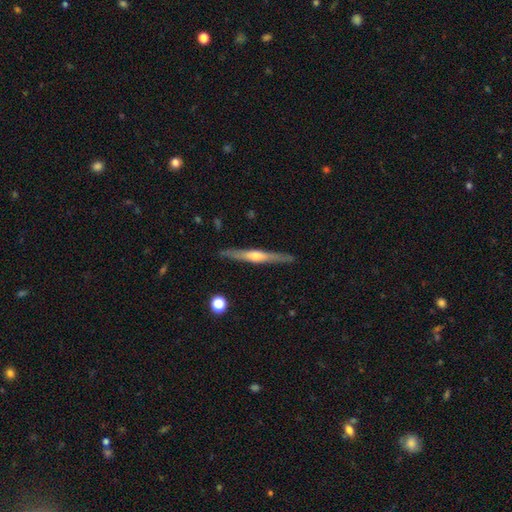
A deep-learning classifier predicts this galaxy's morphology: Smooth or featured? Predicted: featured or disk (p=0.73). Edge-on disk? Predicted: yes (p=0.97). Edge-on bulge? Predicted: rounded (p=0.83). Merging? Predicted: none (p=0.89).